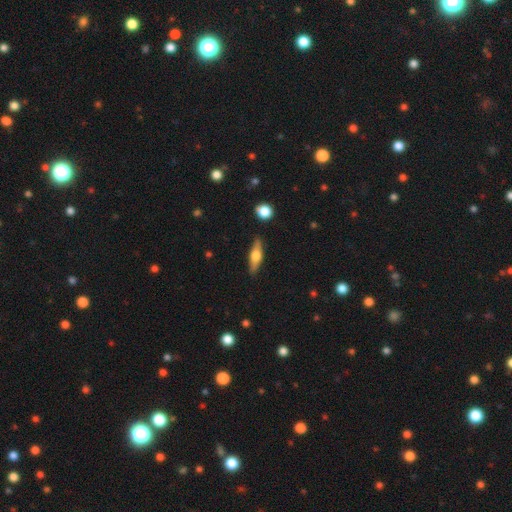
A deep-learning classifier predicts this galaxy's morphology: Smooth or featured: featured or disk — 53% (smooth — 41%)
Edge-on disk: yes — 93% (no — 7%)
Merging: none — 87% (minor disturbance — 9%)